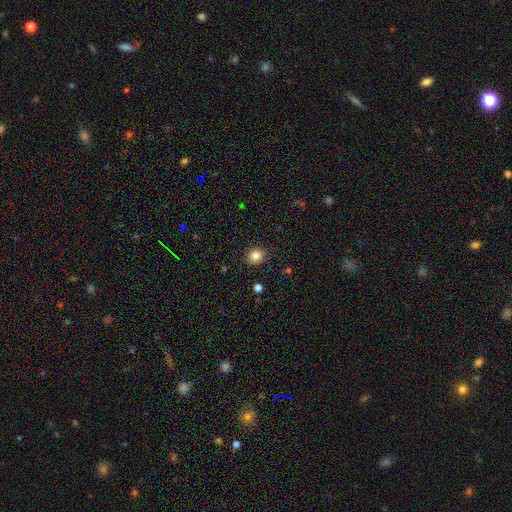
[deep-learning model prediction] smooth 84%, star or artifact 11%, featured or disk 5%. Down the decision tree: how rounded — round (79%); merging — none (89%).